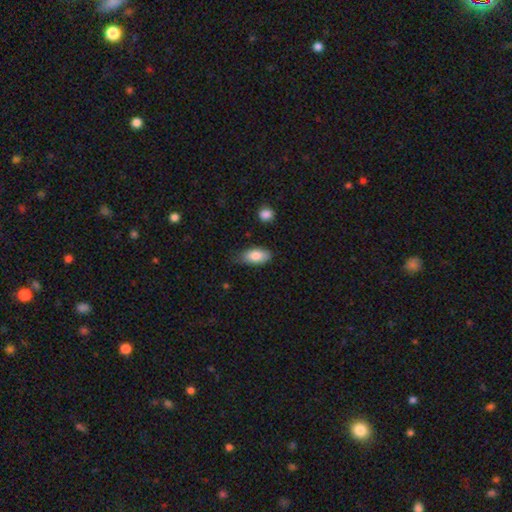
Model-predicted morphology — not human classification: The model was most divided on "merging": none: 65%, minor disturbance: 28%, major disturbance: 5%, merger: 2%. More confident: how rounded — in between (90%); smooth or featured — smooth (83%).